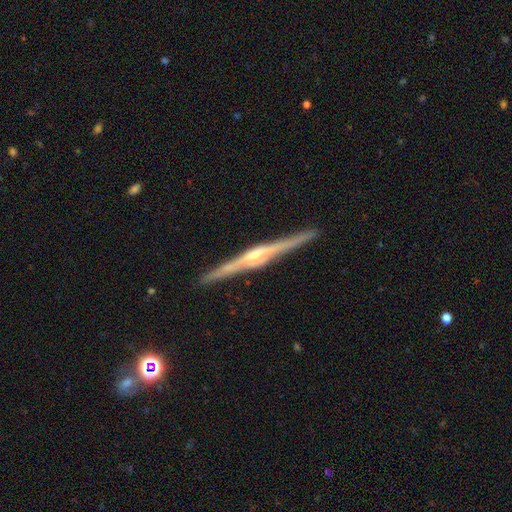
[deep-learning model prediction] Morphology: type=featured or disk (88%); edge-on=yes (98%); edge-on bulge=rounded (75%); merging=none (92%).